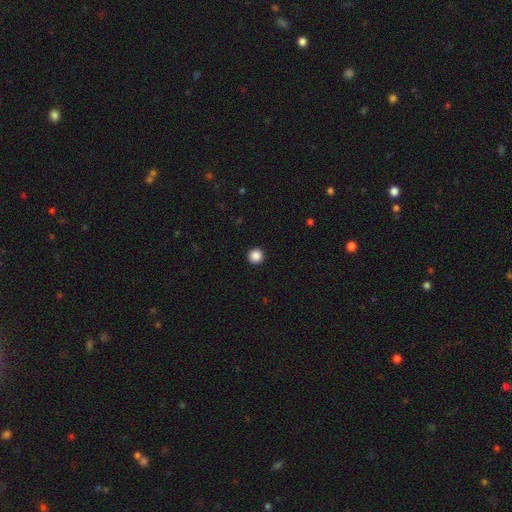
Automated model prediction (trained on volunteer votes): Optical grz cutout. It shows a smooth galaxy with no disk features (88%) that is round (96%). Merging: none (94%).